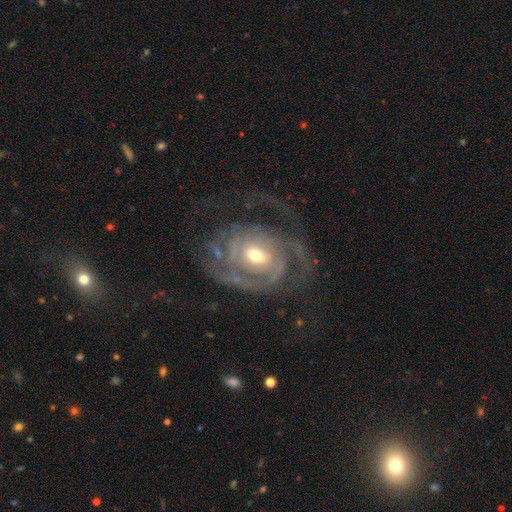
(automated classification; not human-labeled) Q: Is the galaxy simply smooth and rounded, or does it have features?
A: featured or disk — 85%.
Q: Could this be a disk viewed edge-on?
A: no — 97%.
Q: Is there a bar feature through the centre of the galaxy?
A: no — 56%.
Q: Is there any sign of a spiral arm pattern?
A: yes — 91%.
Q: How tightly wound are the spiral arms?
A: tight — 54%.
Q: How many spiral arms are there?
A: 2 — 34%.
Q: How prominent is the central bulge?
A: moderate — 54%.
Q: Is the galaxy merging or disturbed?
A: none — 50%.